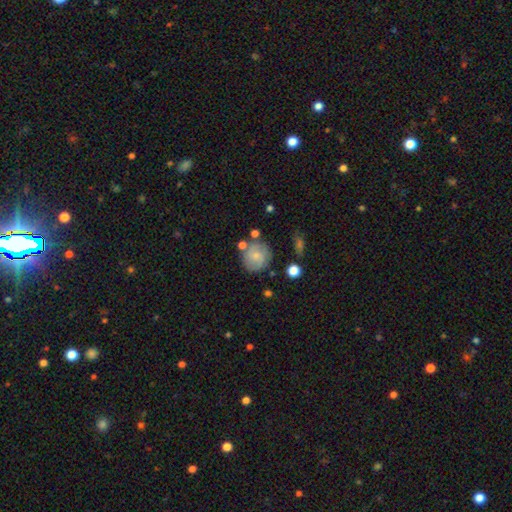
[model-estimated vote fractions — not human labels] Smooth or featured? smooth (46%)
Merging? none (72%)